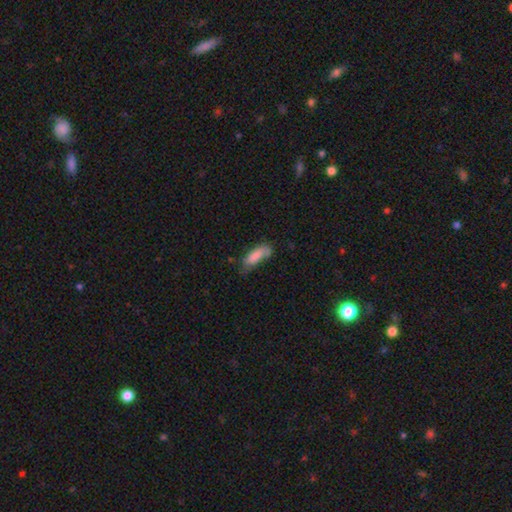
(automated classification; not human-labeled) This appears to be a smooth galaxy with no disk features (80%) that is in between round and cigar-shaped (63%). Merging: none (46%).